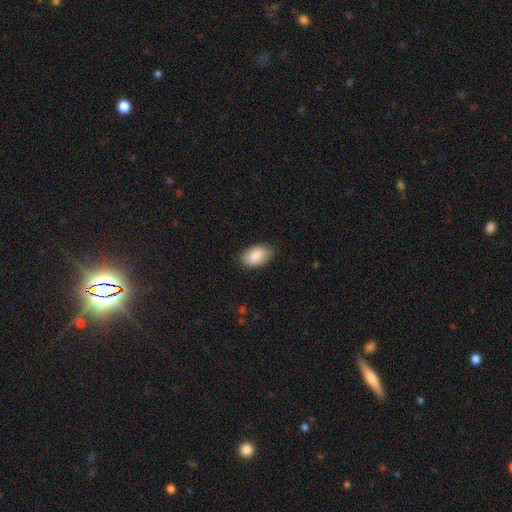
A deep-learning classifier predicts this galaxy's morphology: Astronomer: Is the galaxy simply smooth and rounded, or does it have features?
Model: smooth — 88%.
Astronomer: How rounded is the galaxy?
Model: in between — 94%.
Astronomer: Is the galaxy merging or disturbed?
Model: none — 84%.